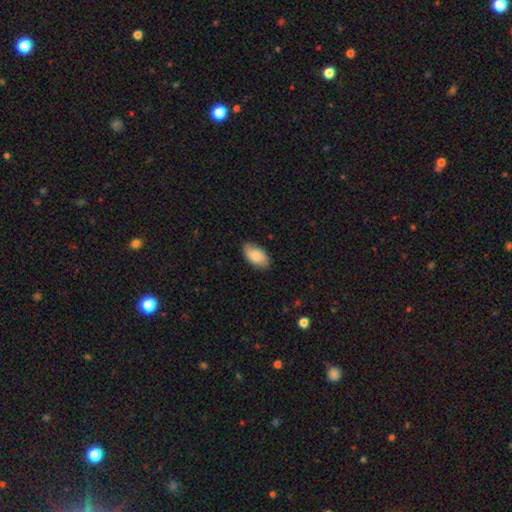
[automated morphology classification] Q: Smooth or featured?
A: smooth (83%); runner-up: featured or disk (11%)
Q: How rounded?
A: in between (95%); runner-up: round (3%)
Q: Merging?
A: none (80%); runner-up: minor disturbance (16%)